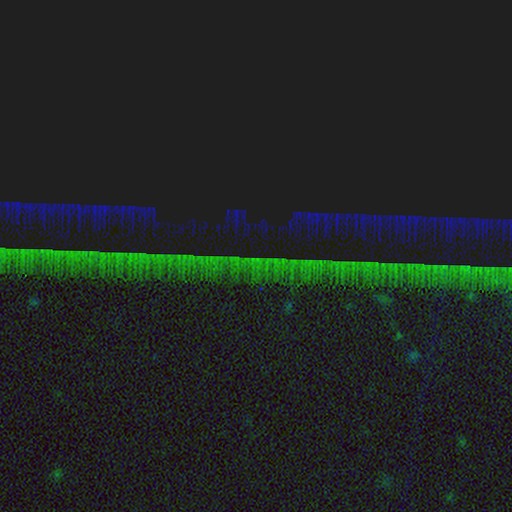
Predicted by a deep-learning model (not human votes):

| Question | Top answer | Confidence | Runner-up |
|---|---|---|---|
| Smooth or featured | star or artifact | 83% | smooth (9%) |